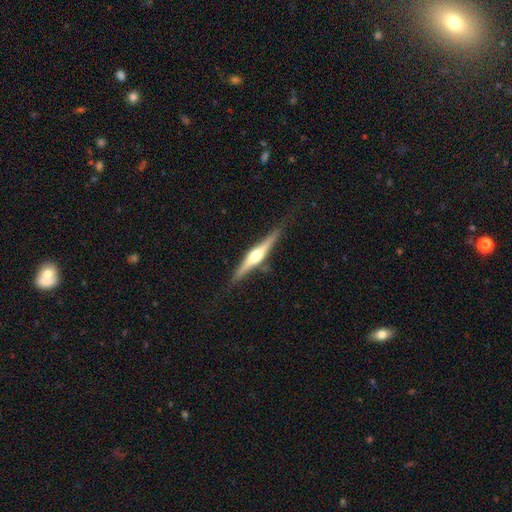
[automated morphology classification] smooth-or-featured: featured or disk: 75% | smooth: 20% | star or artifact: 5%
  disk-edge-on: yes: 98% | no: 2%
    edge-on-bulge: rounded: 91% | boxy: 6% | none: 3%
  merging: none: 83% | minor disturbance: 12% | major disturbance: 3% | merger: 2%